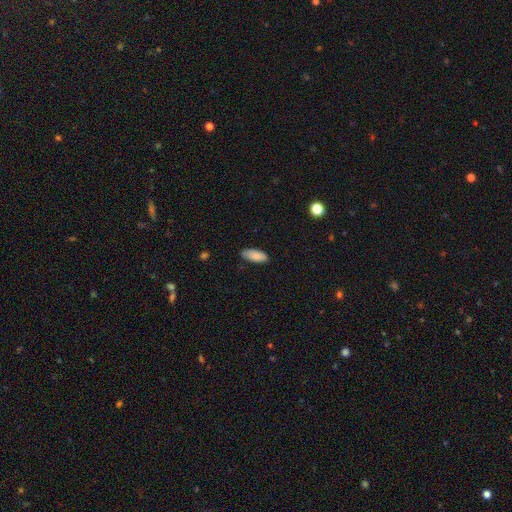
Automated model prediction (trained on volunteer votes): Overall: smooth (87%). How rounded: in between (83%). Merging: none (84%).